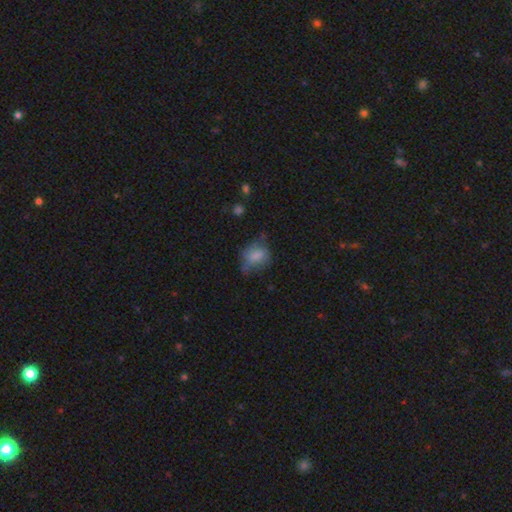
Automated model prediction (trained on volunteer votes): Smooth or featured? Predicted: smooth (p=0.72). How rounded? Predicted: in between (p=0.60). Merging? Predicted: none (p=0.41).